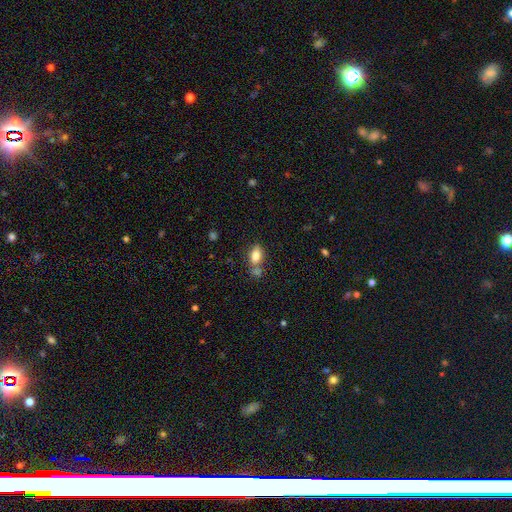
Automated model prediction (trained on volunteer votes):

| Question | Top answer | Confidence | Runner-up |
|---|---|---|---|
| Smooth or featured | smooth | 81% | featured or disk (10%) |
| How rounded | in between | 87% | round (9%) |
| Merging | none | 55% | merger (24%) |